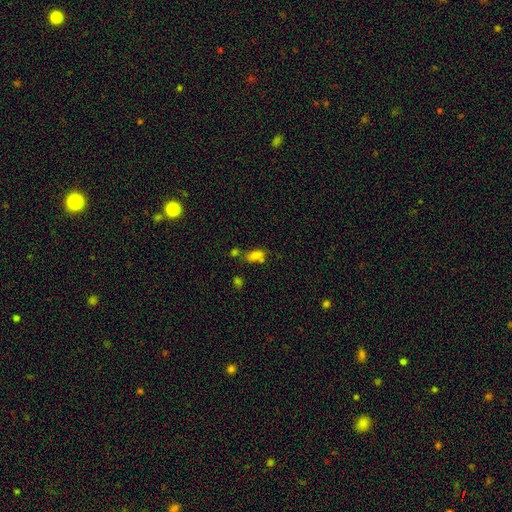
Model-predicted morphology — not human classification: The model was most divided on "merging": none: 50%, merger: 25%, minor disturbance: 18%, major disturbance: 7%. More confident: how rounded — in between (84%); smooth or featured — smooth (74%).